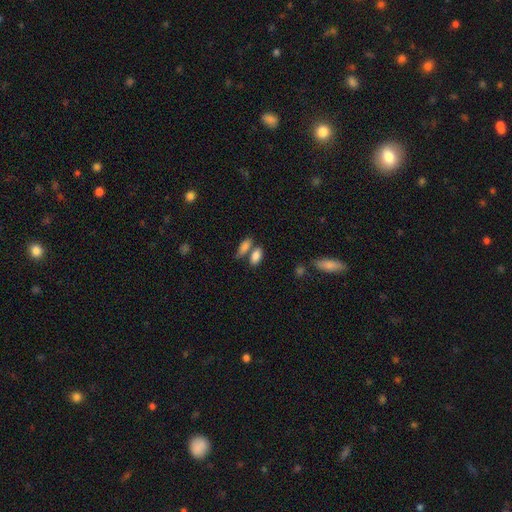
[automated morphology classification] Smooth or featured: smooth — 84% (featured or disk — 8%)
How rounded: in between — 87% (cigar-shaped — 9%)
Merging: none — 50% (merger — 35%)